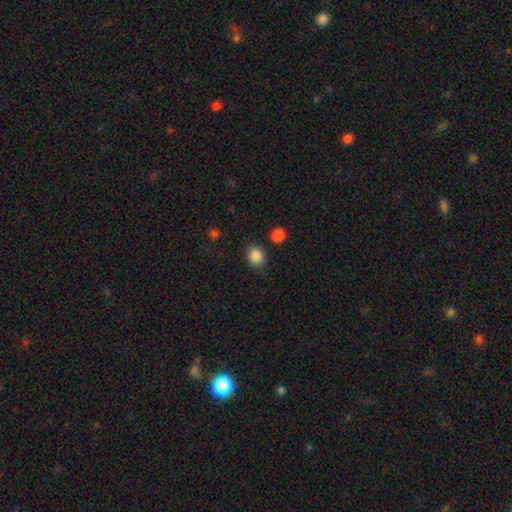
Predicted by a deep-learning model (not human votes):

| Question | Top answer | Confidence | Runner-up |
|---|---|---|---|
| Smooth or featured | smooth | 86% | star or artifact (10%) |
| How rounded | round | 74% | in between (25%) |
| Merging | none | 84% | minor disturbance (10%) |